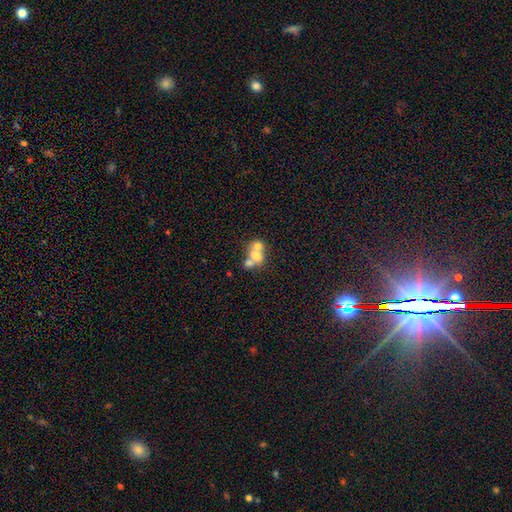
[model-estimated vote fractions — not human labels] smooth 59%, featured or disk 28%, star or artifact 12%. Down the decision tree: how rounded — round (52%); merging — merger (68%).